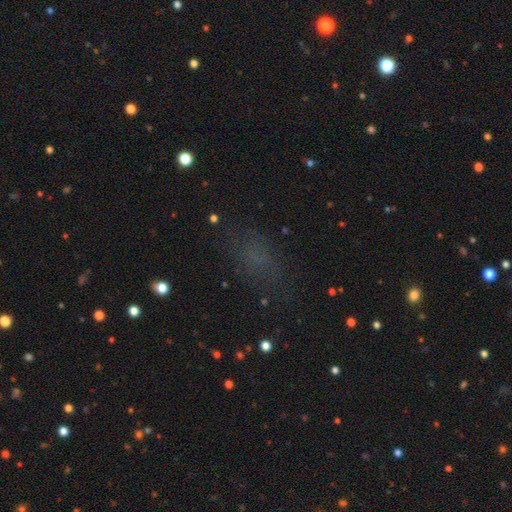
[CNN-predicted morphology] This is possibly a smooth galaxy (55%). How rounded: likely in between (75%). Merging: likely none (69%).